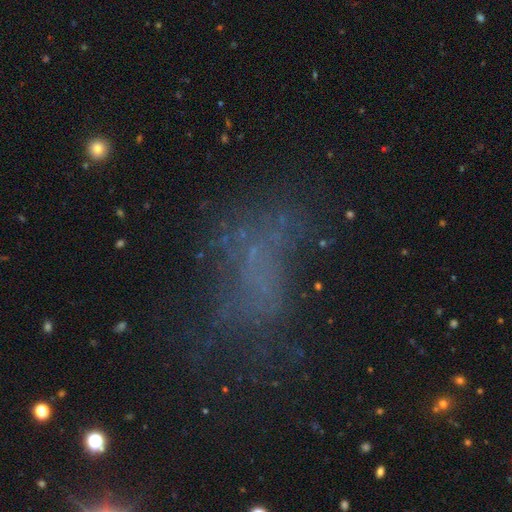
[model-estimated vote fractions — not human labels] This is marginally a star or artifact rather than a galaxy (34%, tied with featured or disk).